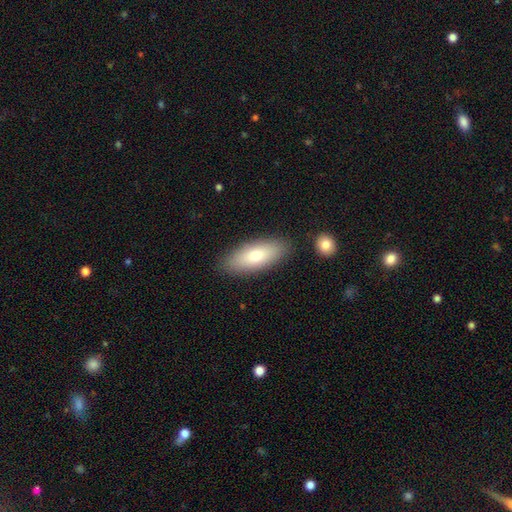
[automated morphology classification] smooth 73%, featured or disk 21%, star or artifact 7%. Down the decision tree: how rounded — in between (76%); merging — none (86%).